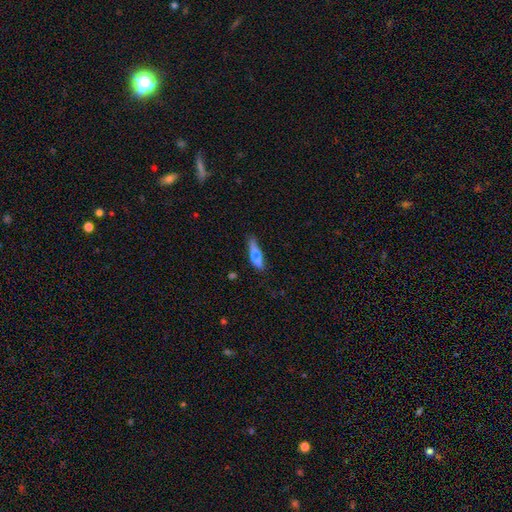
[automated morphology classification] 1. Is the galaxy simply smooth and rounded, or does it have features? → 53% smooth, 42% featured or disk, 5% star or artifact.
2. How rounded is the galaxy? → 72% cigar-shaped, 26% in between, 3% round.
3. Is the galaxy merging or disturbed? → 75% none, 18% minor disturbance, 4% major disturbance, 3% merger.